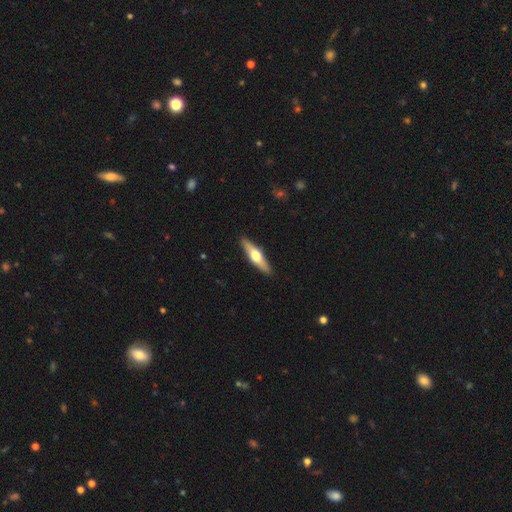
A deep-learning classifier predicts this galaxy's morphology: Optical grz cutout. It shows a featured or disk galaxy (57%) viewed edge-on (94%) with a rounded central bulge (95%). Merging: none (91%).